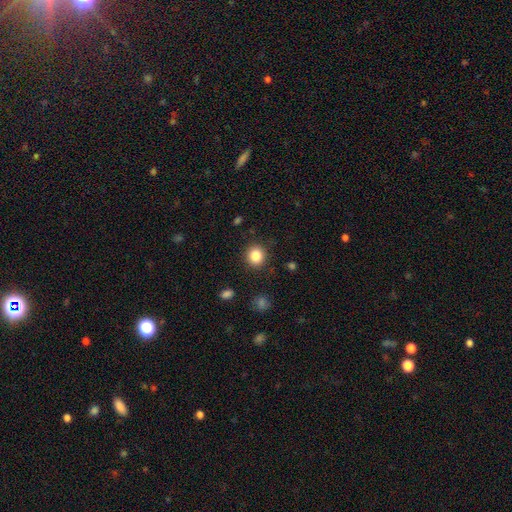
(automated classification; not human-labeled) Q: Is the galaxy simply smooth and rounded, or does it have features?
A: smooth — 85%.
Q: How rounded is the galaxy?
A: round — 81%.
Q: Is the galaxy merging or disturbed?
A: none — 89%.